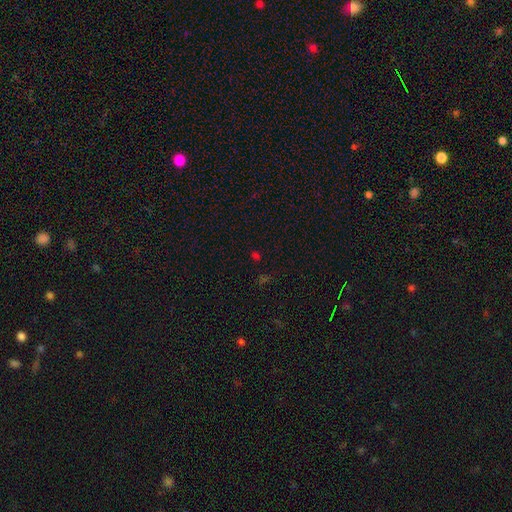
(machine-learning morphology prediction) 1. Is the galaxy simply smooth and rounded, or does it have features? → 51% star or artifact, 43% smooth, 6% featured or disk.